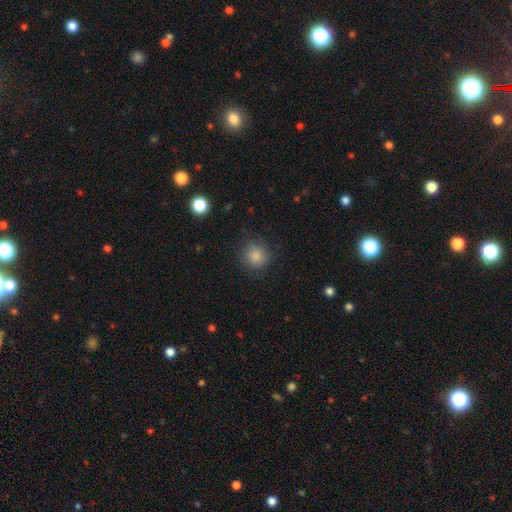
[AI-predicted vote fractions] Smooth or featured: smooth — 86% (star or artifact — 10%)
How rounded: round — 91% (in between — 8%)
Merging: none — 85% (minor disturbance — 10%)